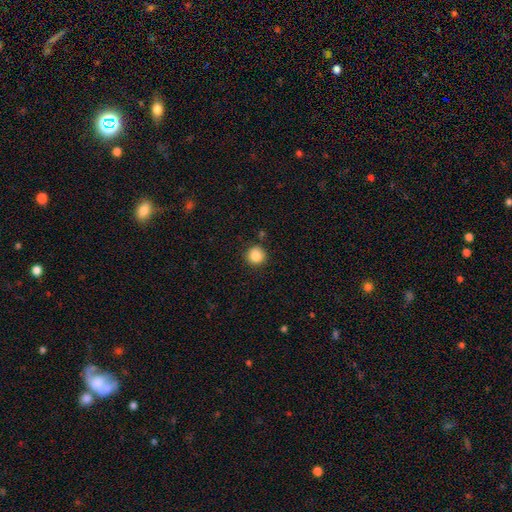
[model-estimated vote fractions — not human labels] Smooth or featured?
  - smooth: 86% *
  - star or artifact: 10%
  - featured or disk: 4%
How rounded?
  - round: 94% *
  - in between: 5%
  - cigar-shaped: 1%
Merging?
  - none: 88% *
  - minor disturbance: 8%
  - merger: 2%
  - major disturbance: 2%